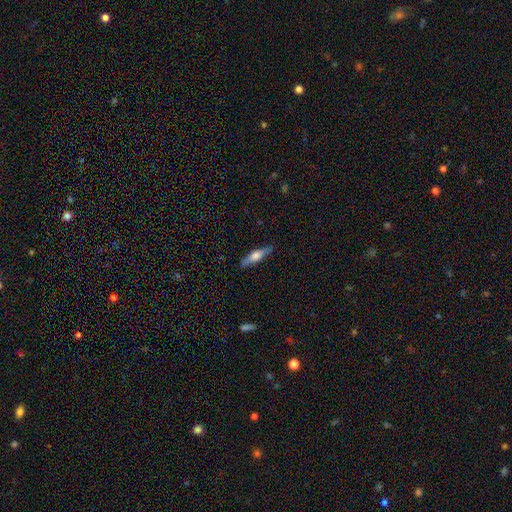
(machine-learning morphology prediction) A featured or disk galaxy (48%).

Vote fractions:
- Smooth or featured? featured or disk: 48% / smooth: 46% / star or artifact: 6%
- Merging? none: 87% / minor disturbance: 10% / major disturbance: 2% / merger: 1%